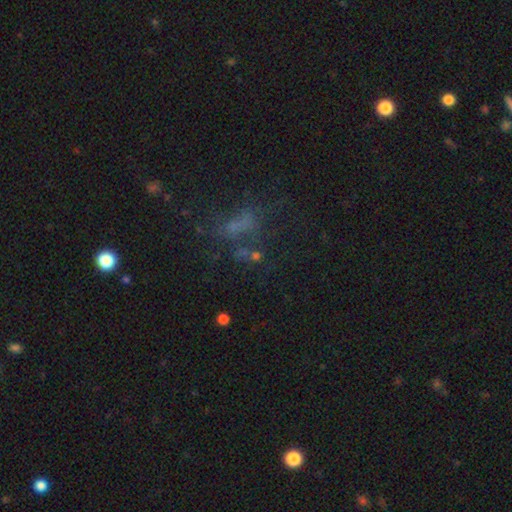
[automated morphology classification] Smooth or featured? smooth (38%)
Merging? none (43%)